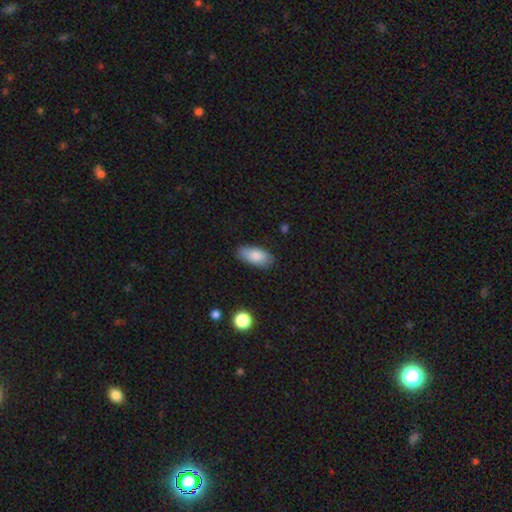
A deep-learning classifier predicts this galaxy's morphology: This is clearly a smooth galaxy (84%). How rounded: clearly in between (89%). Merging: likely none (79%).